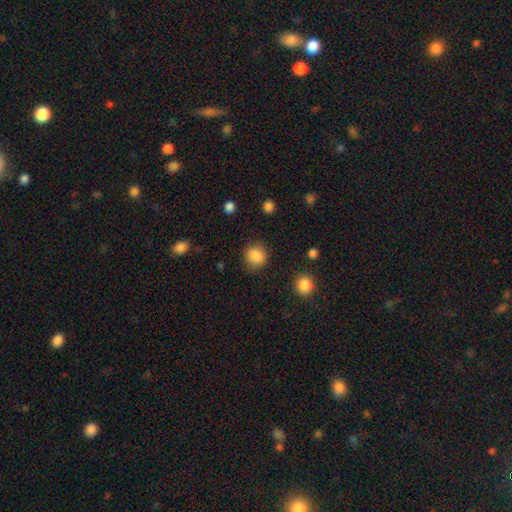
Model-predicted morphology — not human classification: type=smooth (87%); roundness=round (80%); merging=none (82%).